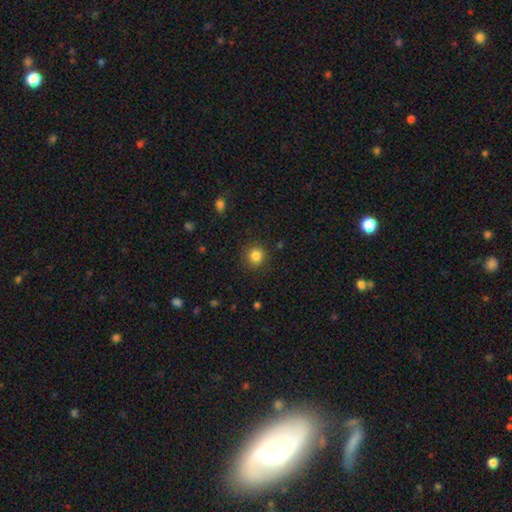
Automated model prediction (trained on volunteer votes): Smooth or featured? Predicted: smooth (p=0.84). How rounded? Predicted: round (p=0.91). Merging? Predicted: none (p=0.89).